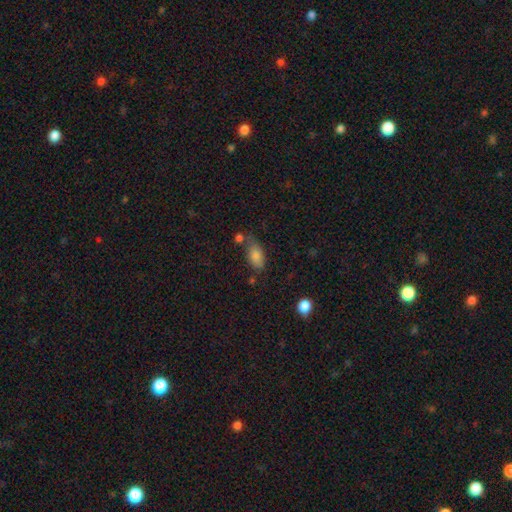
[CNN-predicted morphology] smooth 81%, featured or disk 10%, star or artifact 9%. Down the decision tree: how rounded — in between (90%); merging — none (59%).